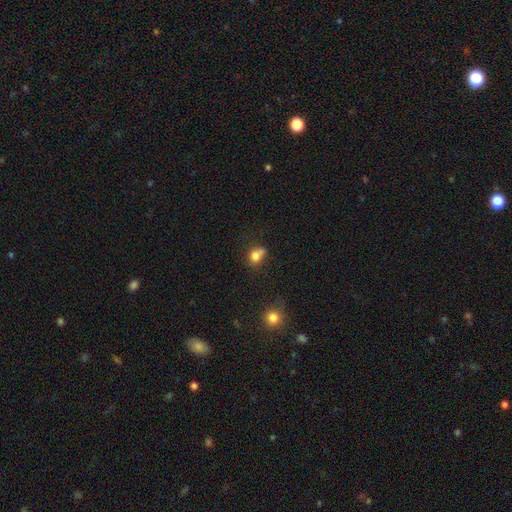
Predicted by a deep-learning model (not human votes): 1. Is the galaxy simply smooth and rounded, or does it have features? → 77% smooth, 11% star or artifact, 11% featured or disk.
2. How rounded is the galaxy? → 57% round, 42% in between, 1% cigar-shaped.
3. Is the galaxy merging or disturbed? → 39% none, 35% merger, 18% minor disturbance, 8% major disturbance.